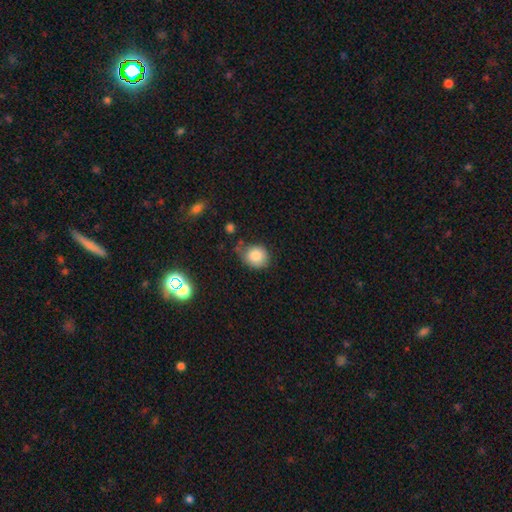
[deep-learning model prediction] smooth 84%, star or artifact 10%, featured or disk 6%. Down the decision tree: how rounded — round (76%); merging — none (66%).